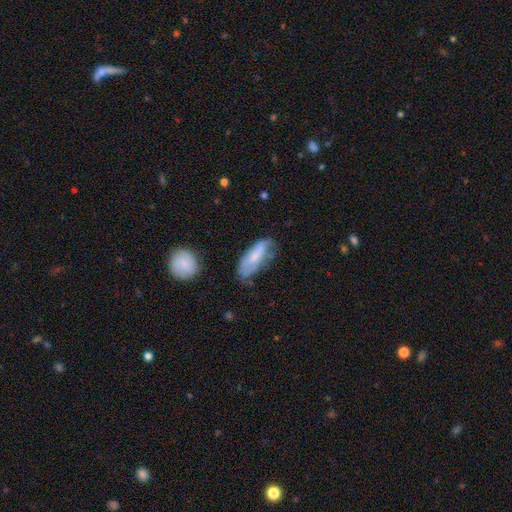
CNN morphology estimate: The model was most divided on "merging": none: 47%, minor disturbance: 34%, major disturbance: 15%, merger: 4%. More confident: how rounded — in between (71%); smooth or featured — smooth (62%).